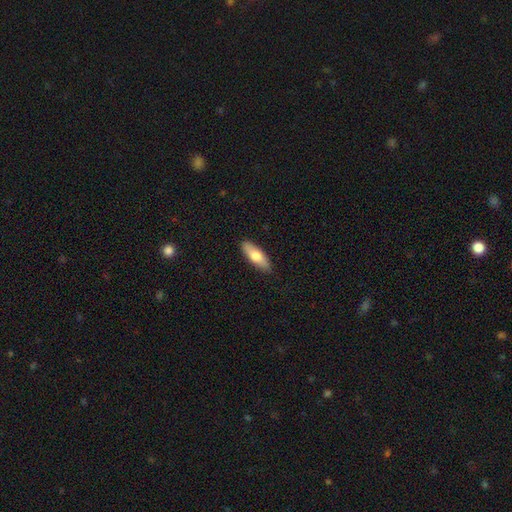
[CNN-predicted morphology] This appears to be a smooth galaxy with no disk features (71%) that is in between round and cigar-shaped (59%). Merging: none (88%).